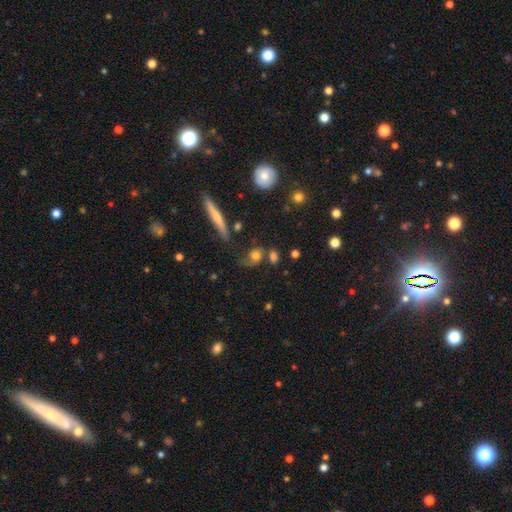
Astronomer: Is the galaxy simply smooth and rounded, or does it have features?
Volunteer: smooth — 68%.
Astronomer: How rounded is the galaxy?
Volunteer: round — 54% (runner-up: in between, 35%).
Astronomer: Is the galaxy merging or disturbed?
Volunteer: none — 33% (runner-up: minor disturbance, 28%).